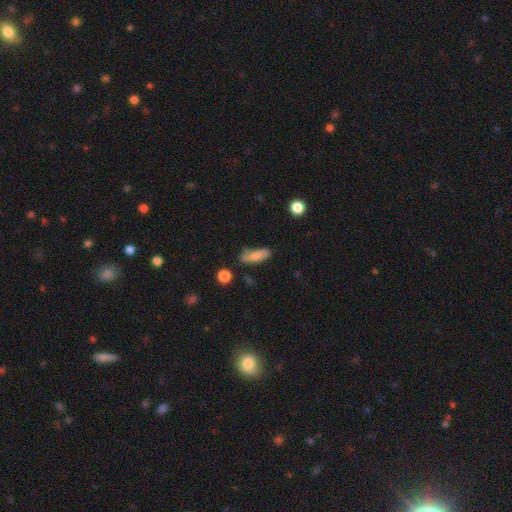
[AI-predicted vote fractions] Morphology: type=smooth (78%); roundness=in between (60%); merging=none (59%).